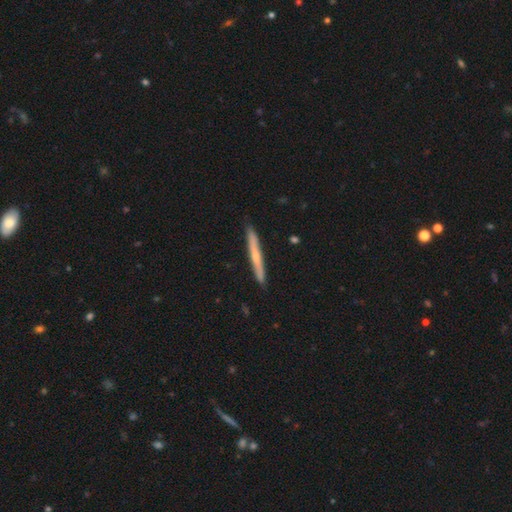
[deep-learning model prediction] A featured or disk galaxy (52%) viewed edge-on (96%).

Vote fractions:
- Smooth or featured? featured or disk: 52% / smooth: 42% / star or artifact: 6%
- Edge-on disk? yes: 96% / no: 4%
- Merging? none: 90% / minor disturbance: 8% / major disturbance: 1% / merger: 1%